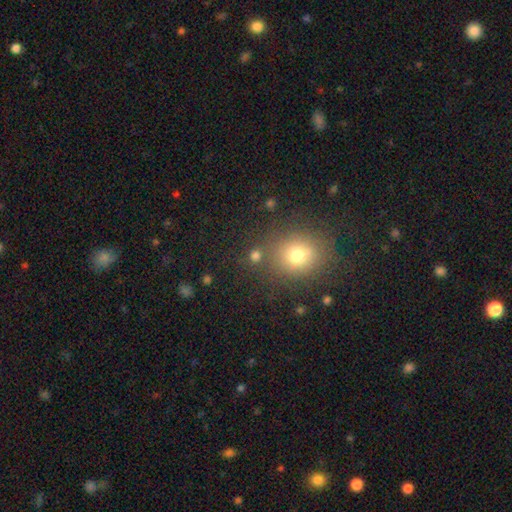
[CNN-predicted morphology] smooth-or-featured: smooth: 74% | star or artifact: 20% | featured or disk: 7%
  how-rounded: round: 85% | in between: 13% | cigar-shaped: 1%
  merging: none: 77% | merger: 11% | minor disturbance: 8% | major disturbance: 4%